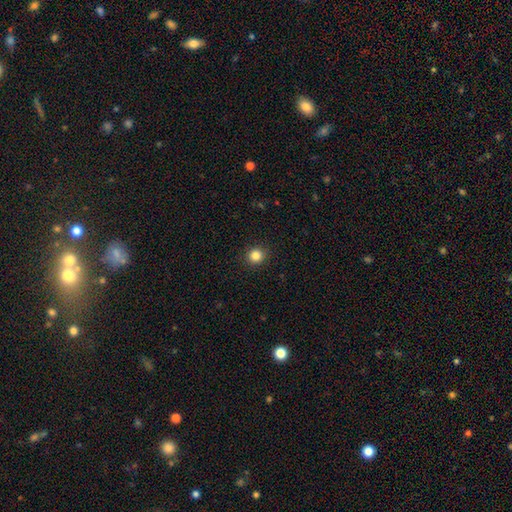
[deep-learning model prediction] The model was most divided on "smooth or featured": smooth: 84%, star or artifact: 12%, featured or disk: 5%. More confident: merging — none (92%); how rounded — round (90%).